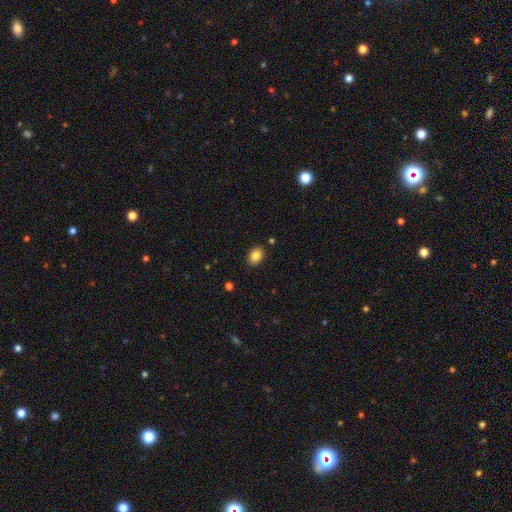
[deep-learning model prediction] Overall: smooth (84%). How rounded: in between (65%; round 34%). Merging: none (88%).